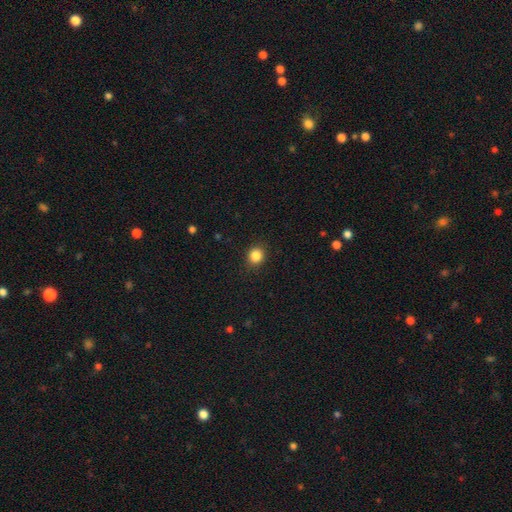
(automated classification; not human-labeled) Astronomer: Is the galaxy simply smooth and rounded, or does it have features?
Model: smooth — 85%.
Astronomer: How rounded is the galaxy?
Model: round — 82%.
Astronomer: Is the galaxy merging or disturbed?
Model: none — 89%.